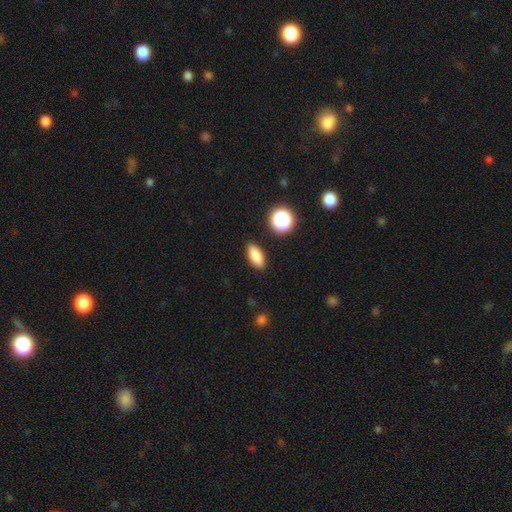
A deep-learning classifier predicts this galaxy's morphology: A smooth galaxy with no disk features (84%) that is in between round and cigar-shaped (79%).

Vote fractions:
- Smooth or featured? smooth: 84% / star or artifact: 9% / featured or disk: 6%
- How rounded? in between: 79% / cigar-shaped: 15% / round: 6%
- Merging? none: 89% / minor disturbance: 8% / major disturbance: 2% / merger: 2%